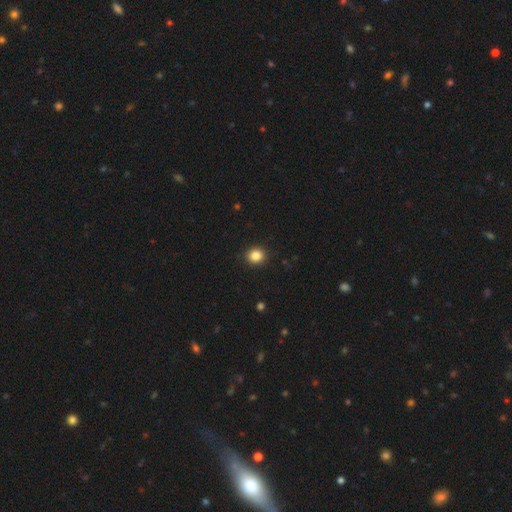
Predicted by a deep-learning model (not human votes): The model was most divided on "how rounded": round: 79%, in between: 20%, cigar-shaped: 1%. More confident: merging — none (91%); smooth or featured — smooth (86%).